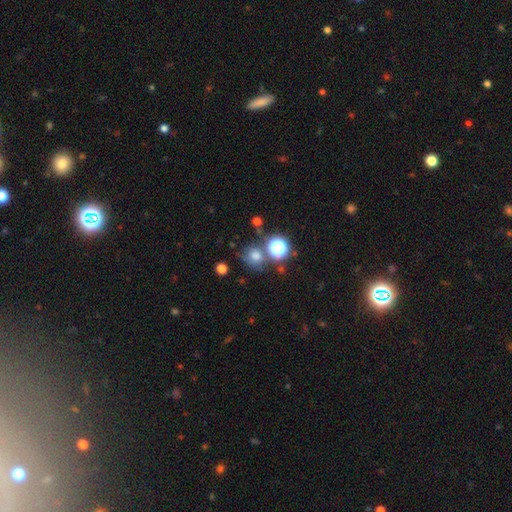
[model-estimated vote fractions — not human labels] Smooth or featured?
  - smooth: 67% *
  - star or artifact: 22%
  - featured or disk: 11%
How rounded?
  - round: 77% *
  - in between: 22%
  - cigar-shaped: 1%
Merging?
  - none: 60% *
  - minor disturbance: 16%
  - merger: 16%
  - major disturbance: 8%